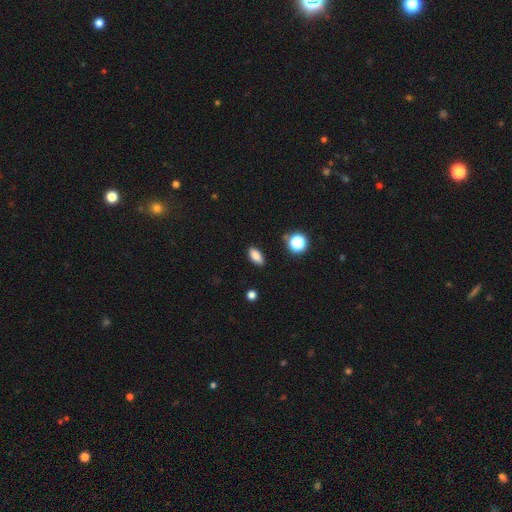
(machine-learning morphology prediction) The model was most divided on "how rounded": in between: 82%, cigar-shaped: 12%, round: 6%. More confident: merging — none (87%); smooth or featured — smooth (83%).